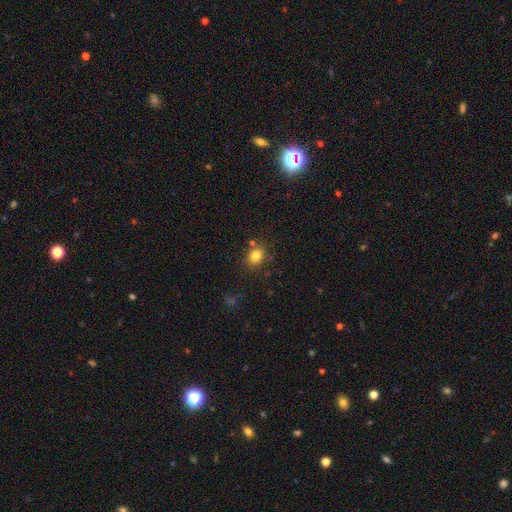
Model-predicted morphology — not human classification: The model was most divided on "how rounded": round: 63%, in between: 36%, cigar-shaped: 1%. More confident: smooth or featured — smooth (81%); merging — none (77%).